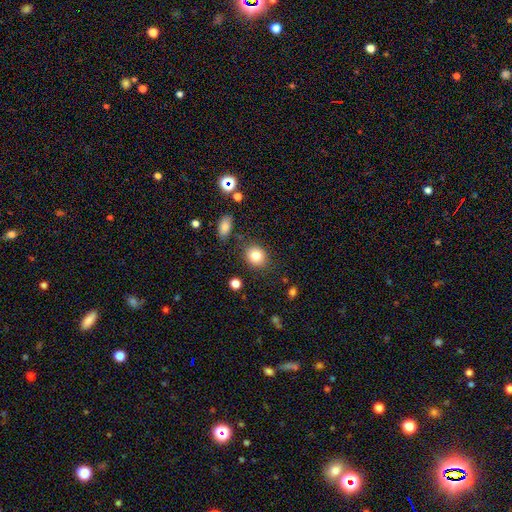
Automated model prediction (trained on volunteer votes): smooth-or-featured: smooth: 83% | star or artifact: 10% | featured or disk: 7%
  how-rounded: round: 70% | in between: 29% | cigar-shaped: 1%
  merging: none: 82% | minor disturbance: 11% | merger: 4% | major disturbance: 3%